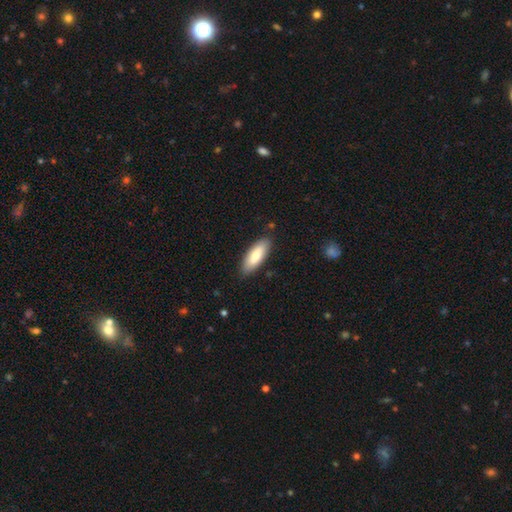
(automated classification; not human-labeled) Overall: smooth (78%). How rounded: in between (72%). Merging: none (86%).